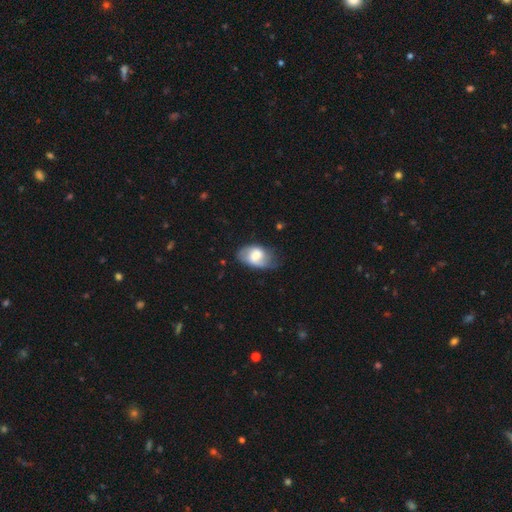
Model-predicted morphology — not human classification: Overall: smooth (57%; featured or disk 35%). How rounded: in between (88%). Merging: none (47%; minor disturbance 36%).